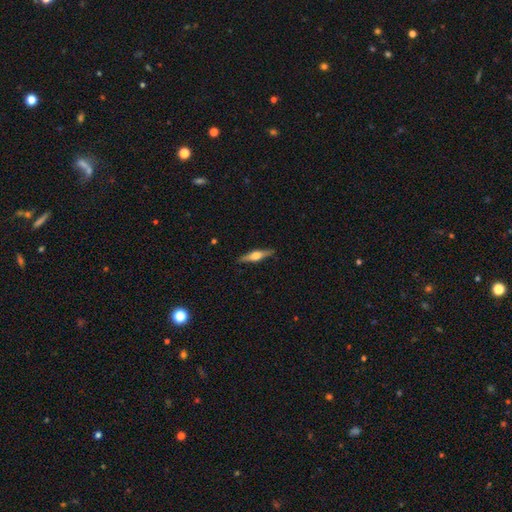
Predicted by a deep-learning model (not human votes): featured or disk 65%, smooth 29%, star or artifact 6%. Down the decision tree: edge-on disk — yes (97%); edge-on bulge — rounded (90%); merging — none (89%).